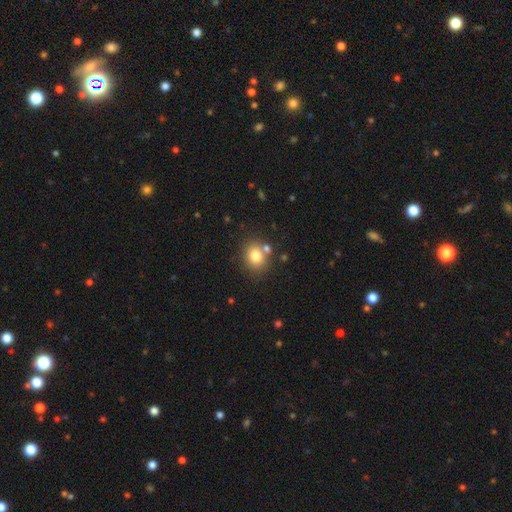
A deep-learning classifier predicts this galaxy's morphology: Smooth or featured?
  - smooth: 80% *
  - star or artifact: 11%
  - featured or disk: 9%
How rounded?
  - round: 68% *
  - in between: 31%
  - cigar-shaped: 1%
Merging?
  - none: 72% *
  - merger: 13%
  - minor disturbance: 11%
  - major disturbance: 4%